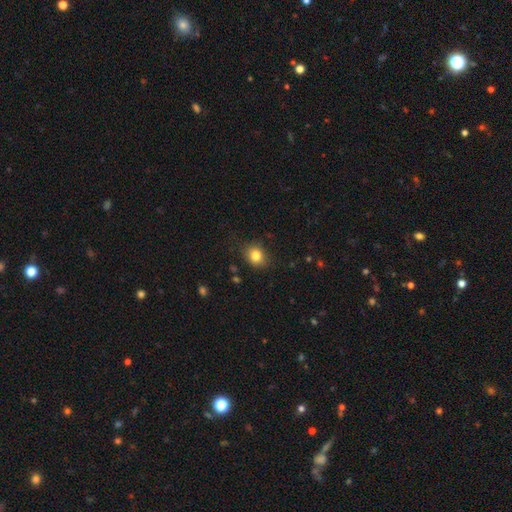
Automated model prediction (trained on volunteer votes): Smooth or featured? Predicted: smooth (p=0.82). How rounded? Predicted: round (p=0.58). Merging? Predicted: none (p=0.82).